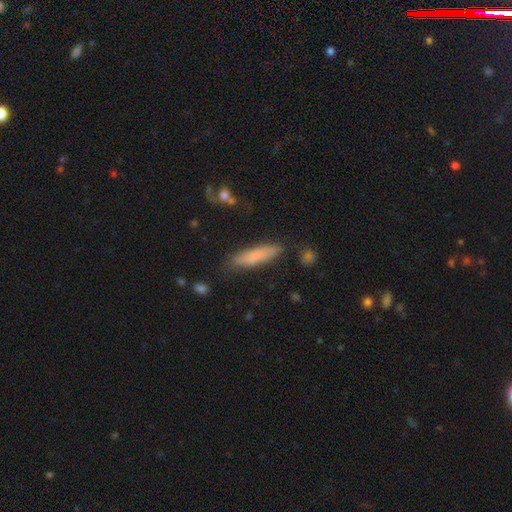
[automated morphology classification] A smooth galaxy with no disk features (78%) that is cigar-shaped (79%). Merging: none (79%).